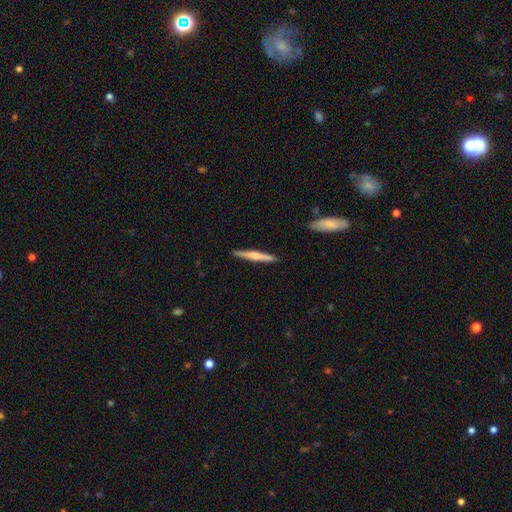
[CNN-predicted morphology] type=featured or disk (47%, tied with smooth); merging=none (90%).